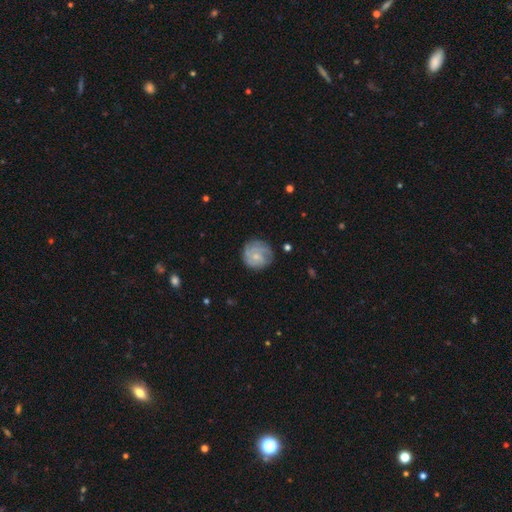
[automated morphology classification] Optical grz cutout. It shows a featured or disk galaxy (62%) with no bar (71%), tight (60%) spiral arms (87%) and a small central bulge (60%). Merging: none (72%).